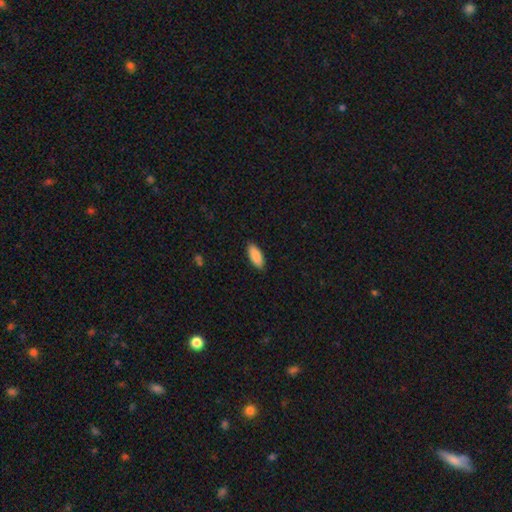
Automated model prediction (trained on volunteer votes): Morphology: type=smooth (89%); roundness=in between (79%); merging=none (89%).